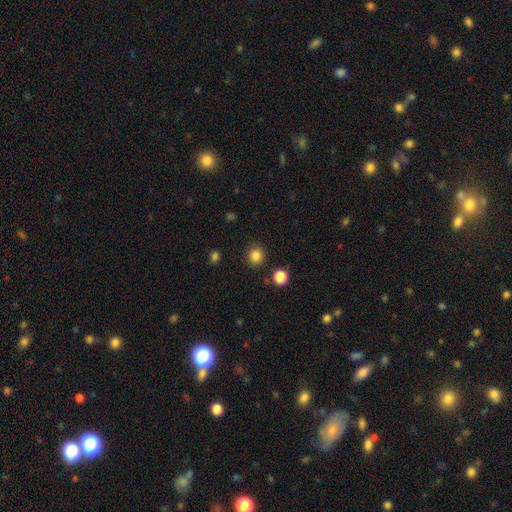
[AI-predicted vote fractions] Smooth or featured: smooth — 85% (star or artifact — 11%)
How rounded: round — 89% (in between — 10%)
Merging: none — 89% (minor disturbance — 6%)